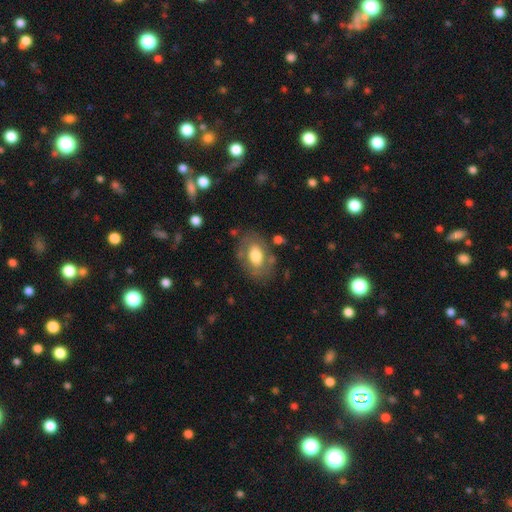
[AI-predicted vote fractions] Morphology: type=smooth (56%); roundness=in between (84%); merging=none (69%).